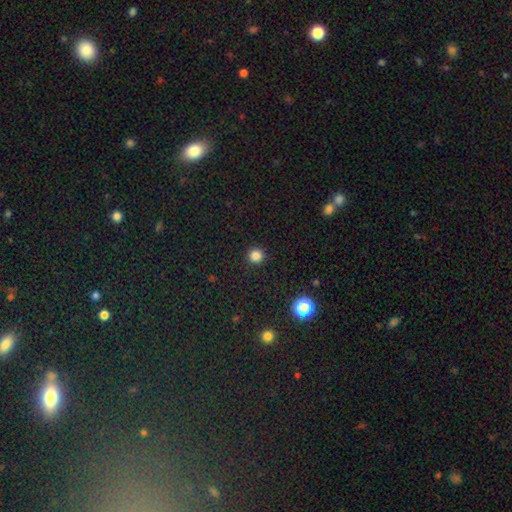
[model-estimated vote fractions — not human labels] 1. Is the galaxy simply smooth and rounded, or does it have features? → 83% smooth, 14% star or artifact, 3% featured or disk.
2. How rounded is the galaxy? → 94% round, 5% in between, 1% cigar-shaped.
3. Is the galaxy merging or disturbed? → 92% none, 5% minor disturbance, 2% major disturbance, 1% merger.